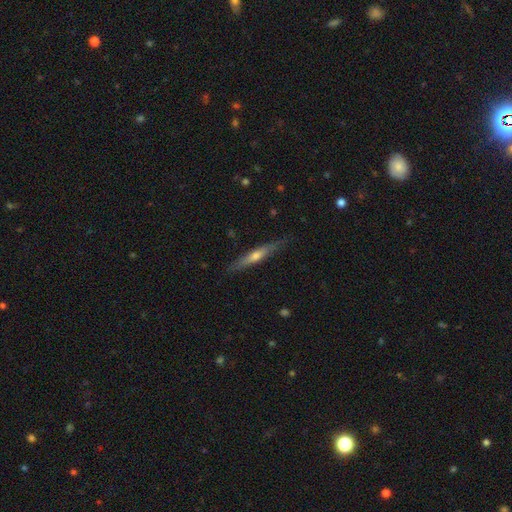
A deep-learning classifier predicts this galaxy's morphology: The model was most divided on "smooth or featured": featured or disk: 58%, smooth: 36%, star or artifact: 6%. More confident: edge-on disk — yes (94%); merging — none (84%); edge-on bulge — rounded (75%).